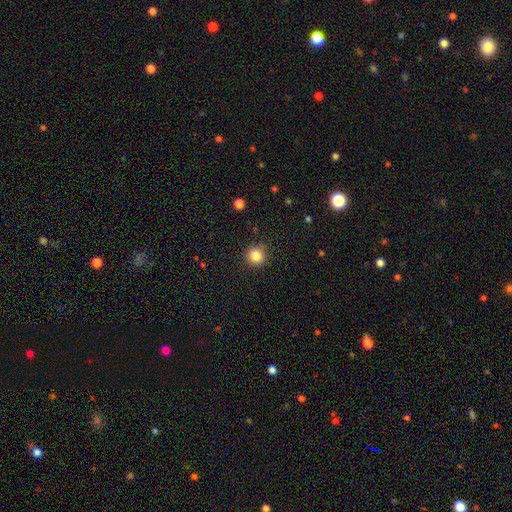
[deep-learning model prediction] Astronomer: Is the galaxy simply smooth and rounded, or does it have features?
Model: smooth — 84%.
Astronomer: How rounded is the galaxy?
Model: round — 94%.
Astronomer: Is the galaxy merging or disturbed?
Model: none — 89%.